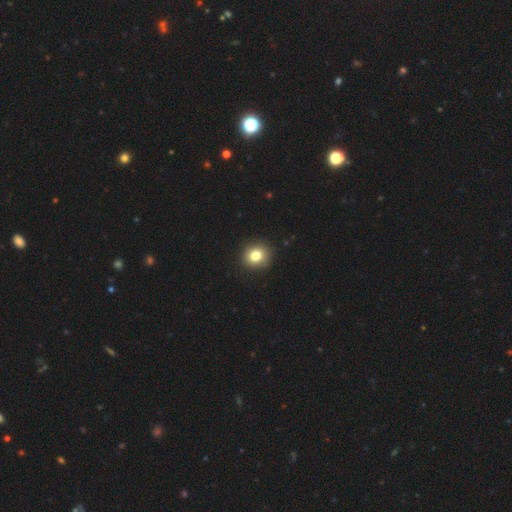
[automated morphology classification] type=smooth (80%); roundness=round (80%); merging=none (91%).